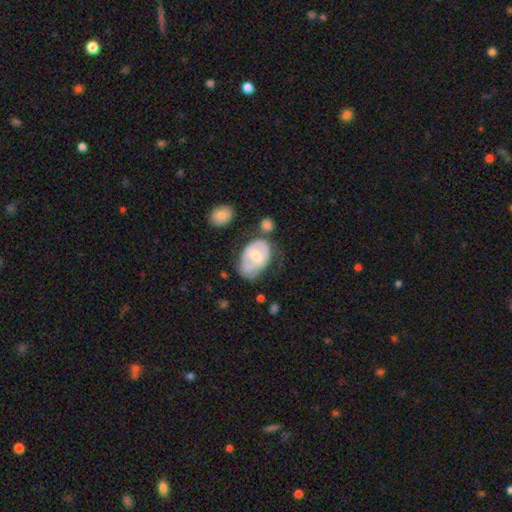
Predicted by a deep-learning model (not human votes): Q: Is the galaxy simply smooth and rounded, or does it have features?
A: featured or disk — 50%.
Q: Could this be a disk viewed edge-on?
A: no — 94%.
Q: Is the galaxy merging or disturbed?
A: none — 40%.